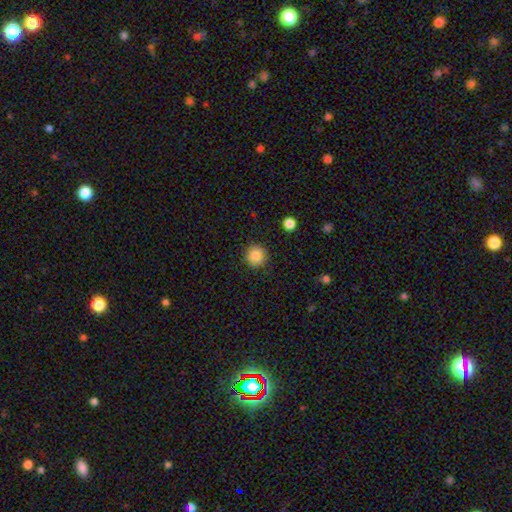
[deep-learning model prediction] smooth 86%, star or artifact 10%, featured or disk 4%. Down the decision tree: how rounded — round (95%); merging — none (91%).